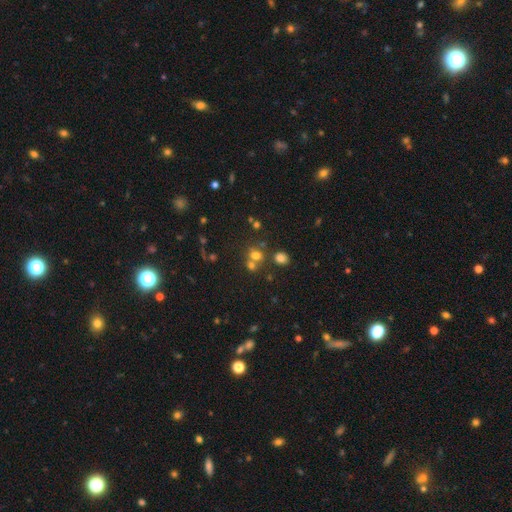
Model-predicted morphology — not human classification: This is likely a smooth galaxy (64%). How rounded: likely round (69%). Merging: possibly none (49%).